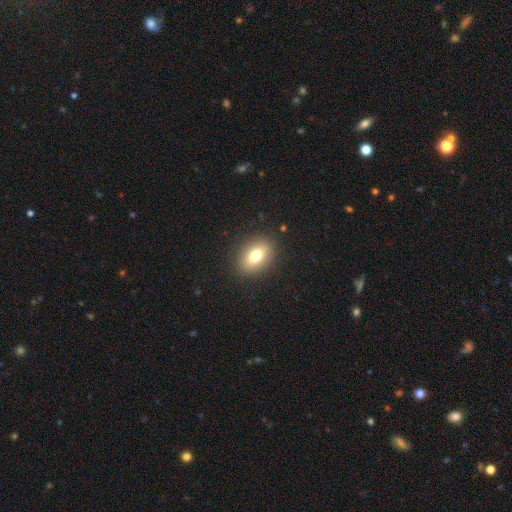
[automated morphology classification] Smooth or featured?
  - smooth: 75% *
  - featured or disk: 15%
  - star or artifact: 10%
How rounded?
  - in between: 76% *
  - round: 22%
  - cigar-shaped: 2%
Merging?
  - none: 88% *
  - minor disturbance: 8%
  - major disturbance: 3%
  - merger: 1%